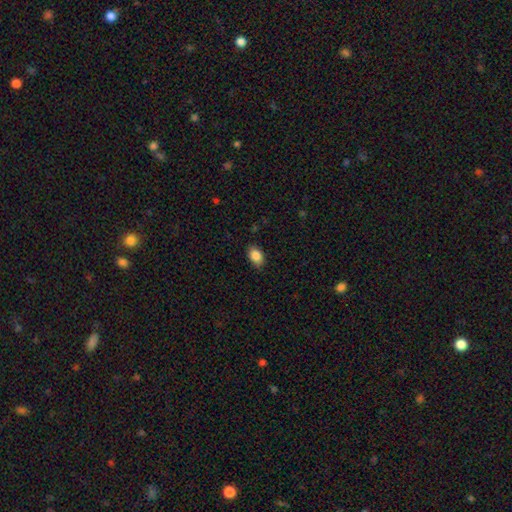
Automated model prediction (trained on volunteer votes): Q: Smooth or featured?
A: smooth (87%); runner-up: star or artifact (8%)
Q: How rounded?
A: in between (85%); runner-up: round (14%)
Q: Merging?
A: none (84%); runner-up: minor disturbance (13%)